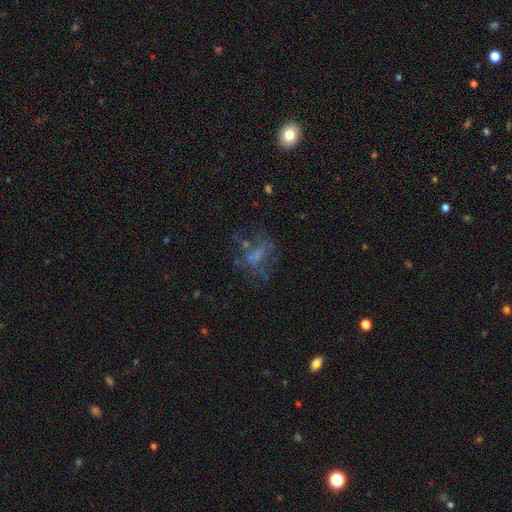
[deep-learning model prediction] Smooth or featured: featured or disk — 49% (smooth — 28%)
Merging: none — 43% (major disturbance — 32%)